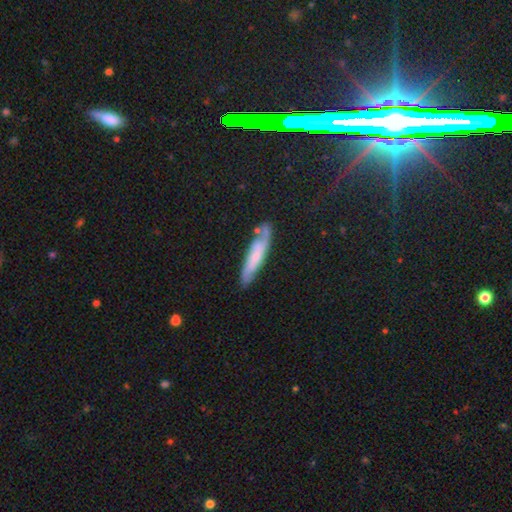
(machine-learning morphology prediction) A featured or disk galaxy (48%). Merging: none (72%).